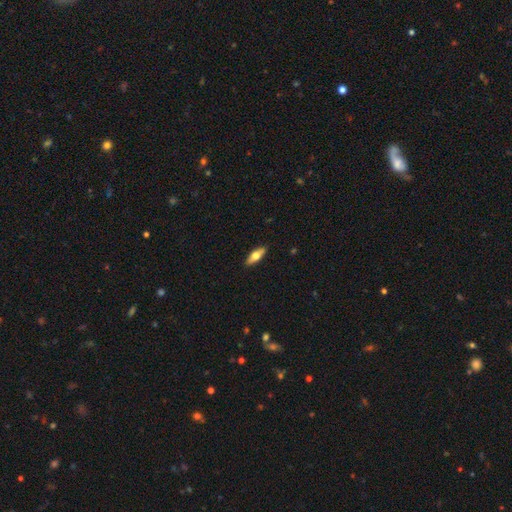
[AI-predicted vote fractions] A smooth galaxy with no disk features (60%) that is in between round and cigar-shaped (63%).

Vote fractions:
- Smooth or featured? smooth: 60% / featured or disk: 34% / star or artifact: 6%
- How rounded? in between: 63% / cigar-shaped: 35% / round: 3%
- Merging? none: 90% / minor disturbance: 8% / major disturbance: 2% / merger: 1%